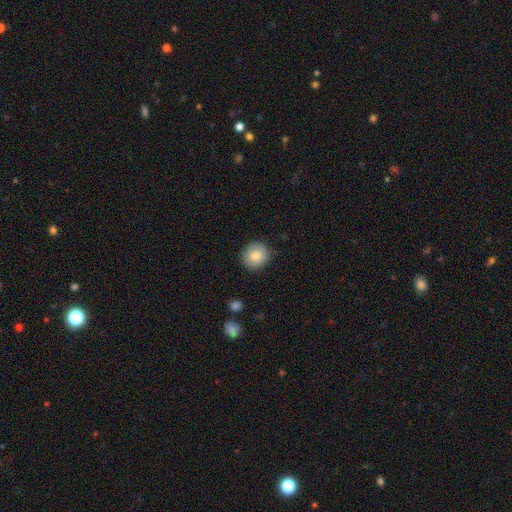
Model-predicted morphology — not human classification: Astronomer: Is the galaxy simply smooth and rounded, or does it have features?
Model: smooth — 82%.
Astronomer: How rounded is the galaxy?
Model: round — 86%.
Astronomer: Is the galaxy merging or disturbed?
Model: none — 85%.